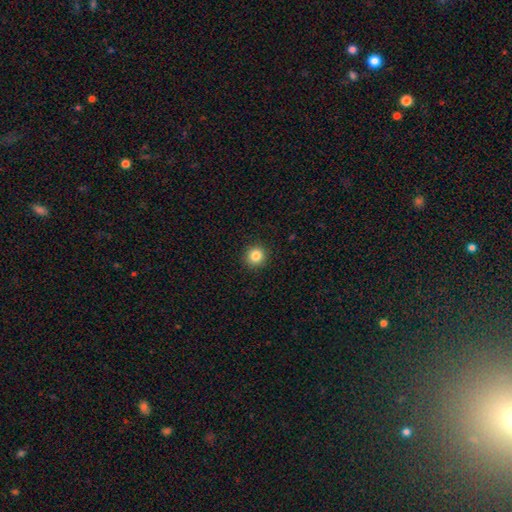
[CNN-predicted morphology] Smooth or featured?
  - smooth: 84% *
  - star or artifact: 11%
  - featured or disk: 5%
How rounded?
  - round: 93% *
  - in between: 6%
  - cigar-shaped: 1%
Merging?
  - none: 92% *
  - minor disturbance: 5%
  - major disturbance: 2%
  - merger: 1%